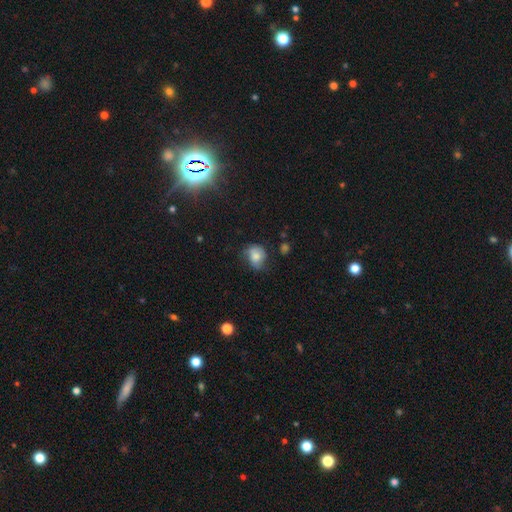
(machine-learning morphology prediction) Q: Smooth or featured?
A: smooth (72%); runner-up: featured or disk (18%)
Q: How rounded?
A: round (54%); runner-up: in between (45%)
Q: Merging?
A: none (49%); runner-up: minor disturbance (33%)